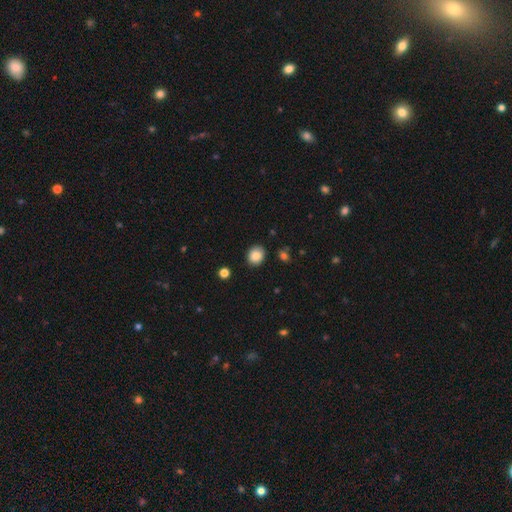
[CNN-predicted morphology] smooth-or-featured: smooth: 86% | star or artifact: 9% | featured or disk: 5%
  how-rounded: round: 66% | in between: 33% | cigar-shaped: 1%
  merging: none: 85% | minor disturbance: 11% | major disturbance: 2% | merger: 2%